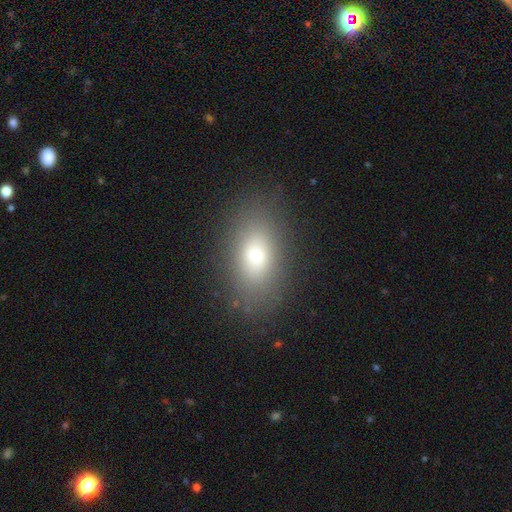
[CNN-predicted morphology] Smooth or featured? Predicted: smooth (p=0.76). How rounded? Predicted: in between (p=0.87). Merging? Predicted: none (p=0.83).